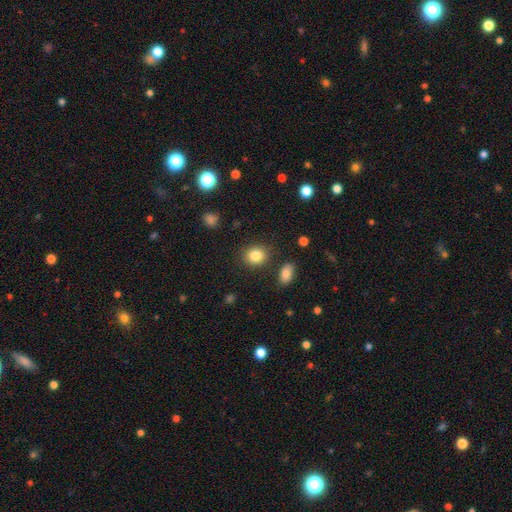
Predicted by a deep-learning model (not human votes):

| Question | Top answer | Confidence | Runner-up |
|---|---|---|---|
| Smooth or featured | smooth | 84% | star or artifact (10%) |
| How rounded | round | 66% | in between (33%) |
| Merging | none | 85% | minor disturbance (9%) |